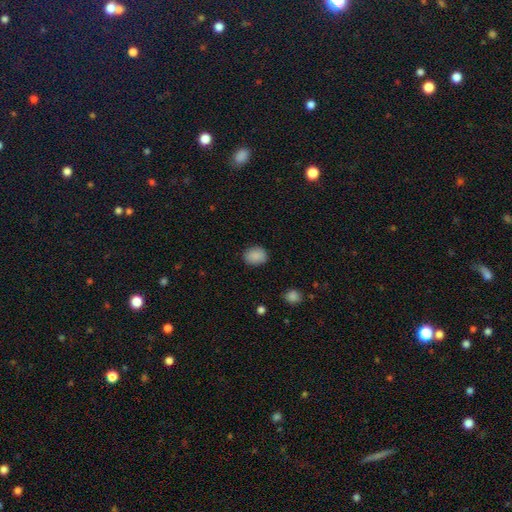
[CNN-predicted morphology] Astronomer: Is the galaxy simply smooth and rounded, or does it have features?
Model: smooth — 88%.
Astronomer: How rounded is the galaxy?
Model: in between — 52% (runner-up: round, 48%).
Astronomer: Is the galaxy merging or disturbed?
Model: none — 84%.